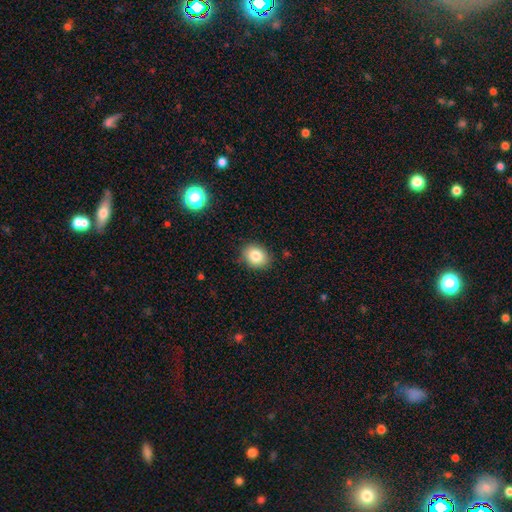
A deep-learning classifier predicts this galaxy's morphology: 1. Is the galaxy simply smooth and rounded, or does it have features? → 83% smooth, 10% star or artifact, 8% featured or disk.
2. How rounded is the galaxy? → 54% round, 46% in between, 1% cigar-shaped.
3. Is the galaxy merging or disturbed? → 82% none, 14% minor disturbance, 3% major disturbance, 1% merger.